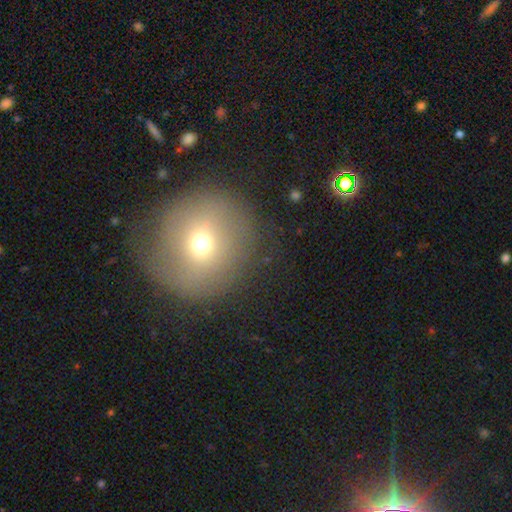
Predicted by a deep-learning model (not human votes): Overall: smooth (57%; featured or disk 26%). How rounded: round (93%). Merging: none (82%).